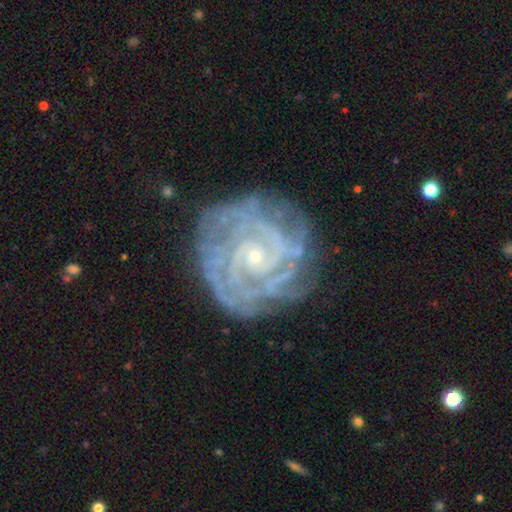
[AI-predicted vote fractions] smooth-or-featured: featured or disk: 90% | star or artifact: 6% | smooth: 5%
  disk-edge-on: no: 98% | yes: 2%
    bar: no: 72% | weak: 20% | strong: 7%
    has-spiral-arms: yes: 98% | no: 2%
      spiral-winding: tight: 82% | medium: 16% | loose: 2%
      spiral-arm-count: can't tell: 23% | 3: 20% | 2: 19% | 4: 19% | more than 4: 11% | 1: 8%
    bulge-size: small: 82% | moderate: 14% | none: 2% | large: 1% | dominant: 1%
  merging: none: 76% | minor disturbance: 17% | major disturbance: 6% | merger: 1%